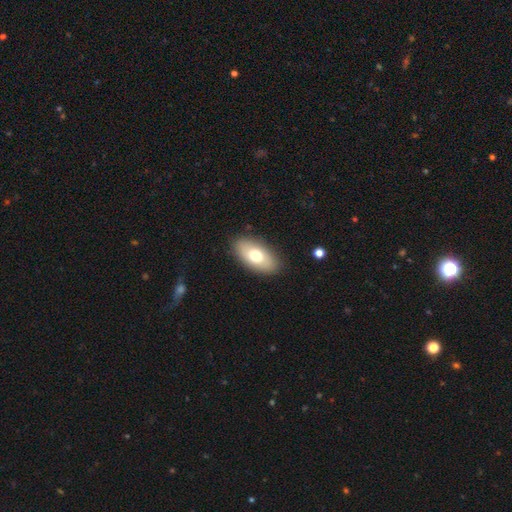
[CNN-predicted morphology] Smooth or featured: smooth — 70% (featured or disk — 23%)
How rounded: in between — 93% (cigar-shaped — 4%)
Merging: none — 87% (minor disturbance — 10%)